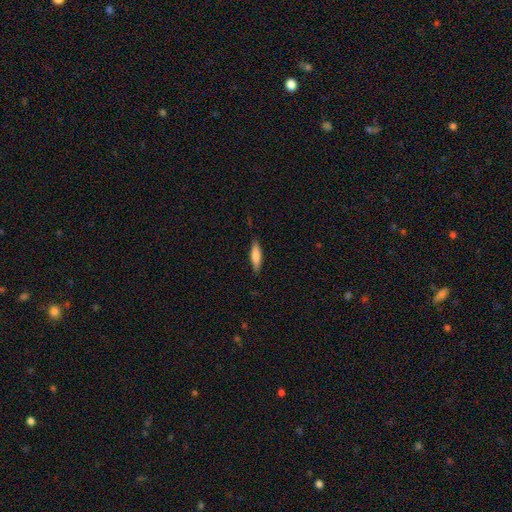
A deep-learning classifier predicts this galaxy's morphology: smooth-or-featured: smooth: 76% | featured or disk: 18% | star or artifact: 6%
  how-rounded: cigar-shaped: 67% | in between: 31% | round: 2%
  merging: none: 84% | minor disturbance: 13% | major disturbance: 2% | merger: 1%